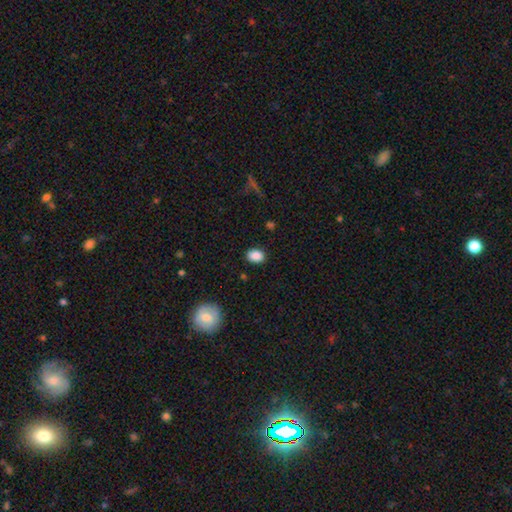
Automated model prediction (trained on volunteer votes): A smooth galaxy with no disk features (88%) that is in between round and cigar-shaped (72%). Merging: none (86%).